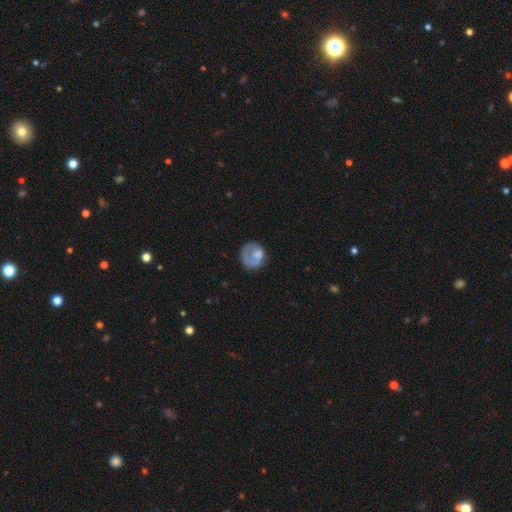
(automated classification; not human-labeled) Smooth or featured: smooth — 59% (featured or disk — 34%)
How rounded: round — 75% (in between — 24%)
Merging: none — 47% (major disturbance — 27%)